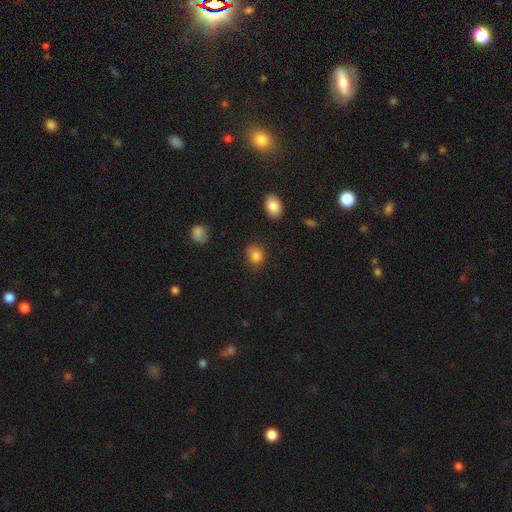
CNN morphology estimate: smooth 83%, star or artifact 11%, featured or disk 6%. Down the decision tree: how rounded — round (67%); merging — none (65%).